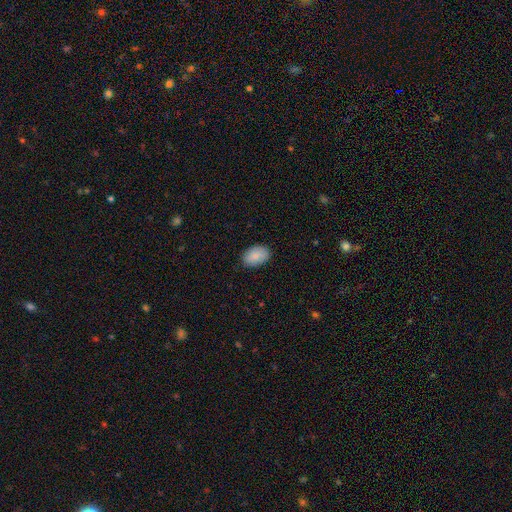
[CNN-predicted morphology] type=smooth (86%); roundness=in between (88%); merging=none (85%).